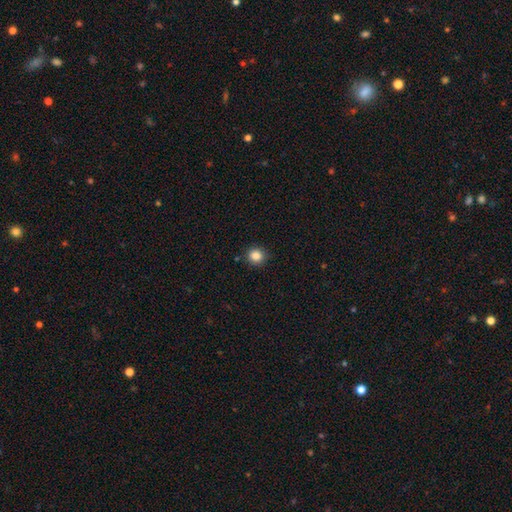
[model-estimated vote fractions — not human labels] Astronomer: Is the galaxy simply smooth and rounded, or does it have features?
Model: smooth — 86%.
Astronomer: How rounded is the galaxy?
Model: round — 90%.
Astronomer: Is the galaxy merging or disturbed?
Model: none — 88%.